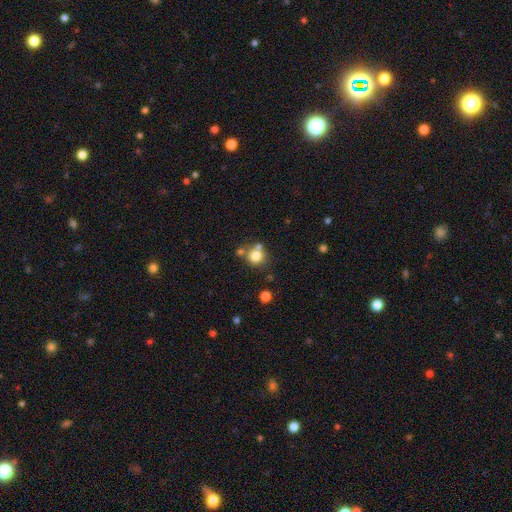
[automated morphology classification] Smooth or featured?
  - smooth: 79% *
  - star or artifact: 12%
  - featured or disk: 9%
How rounded?
  - round: 88% *
  - in between: 11%
  - cigar-shaped: 1%
Merging?
  - none: 64% *
  - merger: 21%
  - minor disturbance: 11%
  - major disturbance: 4%